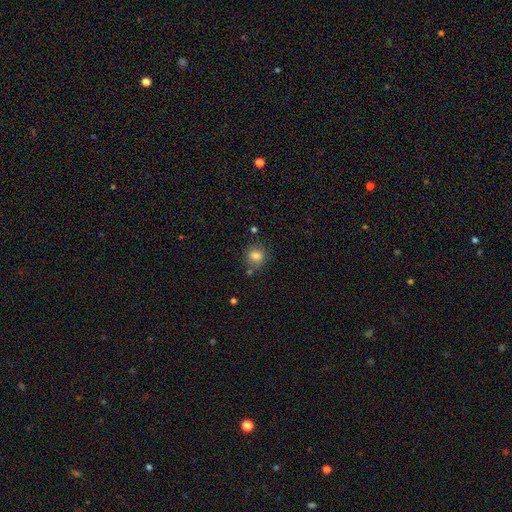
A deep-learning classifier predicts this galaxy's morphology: This appears to be a smooth galaxy with no disk features (82%) that is round (85%). Merging: none (75%).